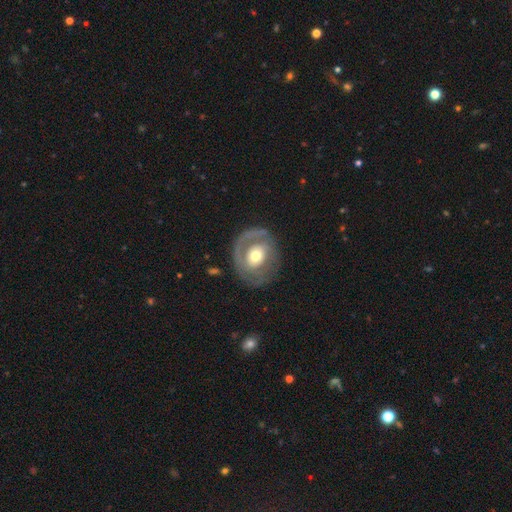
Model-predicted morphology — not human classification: Q: Smooth or featured?
A: featured or disk (65%); runner-up: smooth (30%)
Q: Edge-on disk?
A: no (96%); runner-up: yes (4%)
Q: Bar?
A: no (75%); runner-up: weak (19%)
Q: Spiral arms?
A: yes (55%); runner-up: no (45%)
Q: Bulge size?
A: moderate (65%); runner-up: large (18%)
Q: Merging?
A: none (72%); runner-up: minor disturbance (17%)